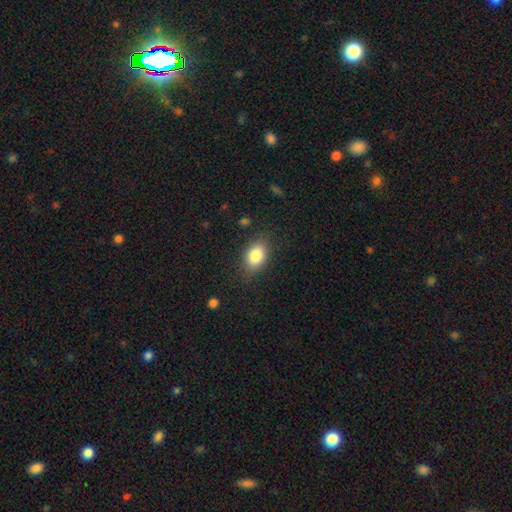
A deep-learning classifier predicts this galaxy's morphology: The model was most divided on "how rounded": in between: 84%, round: 14%, cigar-shaped: 2%. More confident: smooth or featured — smooth (83%); merging — none (83%).